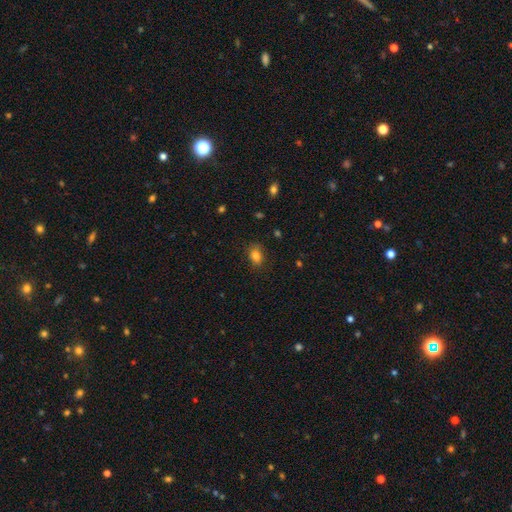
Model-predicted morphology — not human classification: smooth_or_featured: smooth (p=0.83) [alt: star or artifact p=0.11]
how_rounded: in between (p=0.68) [alt: round p=0.31]
merging: none (p=0.83) [alt: minor disturbance p=0.13]